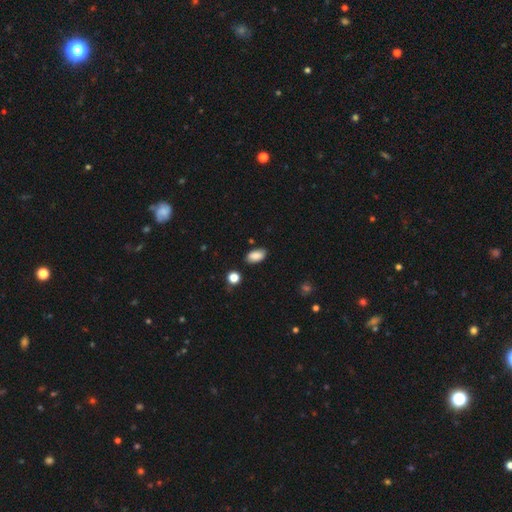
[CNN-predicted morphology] Overall: smooth (87%). How rounded: in between (93%). Merging: none (83%).